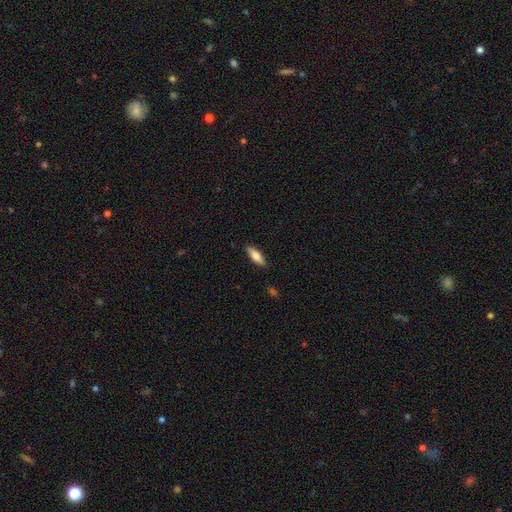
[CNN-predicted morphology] type=smooth (73%); roundness=in between (54%); merging=none (87%).